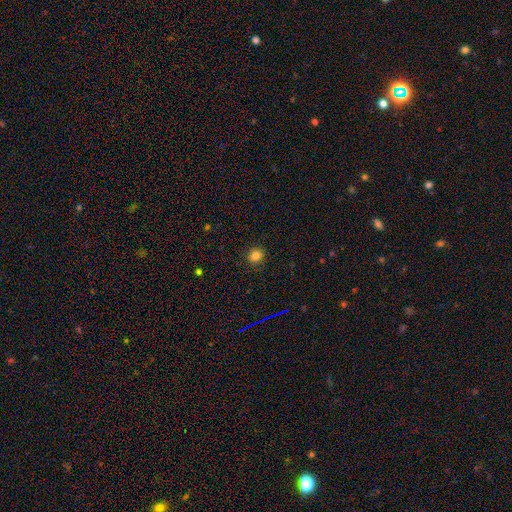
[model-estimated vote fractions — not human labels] This appears to be a smooth galaxy with no disk features (82%) that is round (83%). Merging: none (90%).